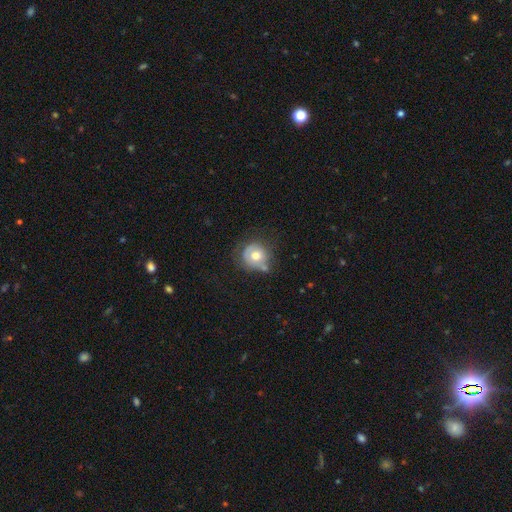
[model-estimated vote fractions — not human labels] Q: Smooth or featured?
A: smooth (63%); runner-up: featured or disk (28%)
Q: How rounded?
A: round (88%); runner-up: in between (11%)
Q: Merging?
A: none (53%); runner-up: minor disturbance (25%)